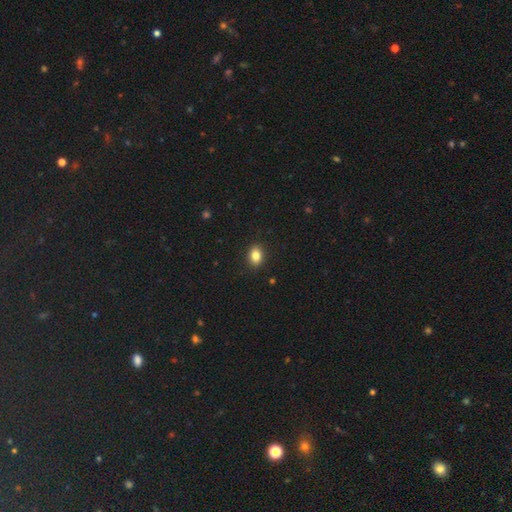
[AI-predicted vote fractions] Smooth or featured?
  - smooth: 84% *
  - star or artifact: 10%
  - featured or disk: 6%
How rounded?
  - in between: 70% *
  - round: 29%
  - cigar-shaped: 1%
Merging?
  - none: 90% *
  - minor disturbance: 7%
  - major disturbance: 2%
  - merger: 1%